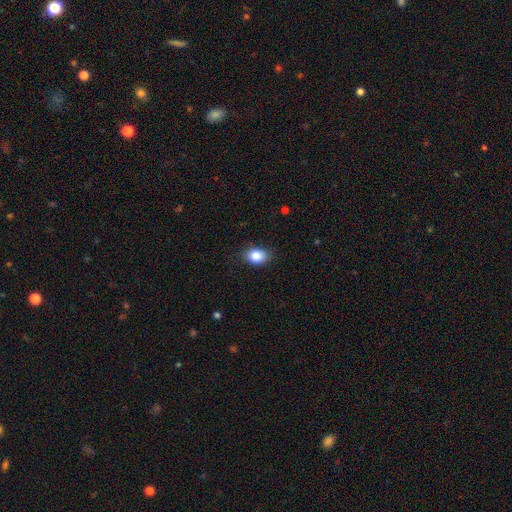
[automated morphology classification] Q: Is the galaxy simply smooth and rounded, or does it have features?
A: smooth — 86%.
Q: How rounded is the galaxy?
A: in between — 75%.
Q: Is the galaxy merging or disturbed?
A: none — 80%.